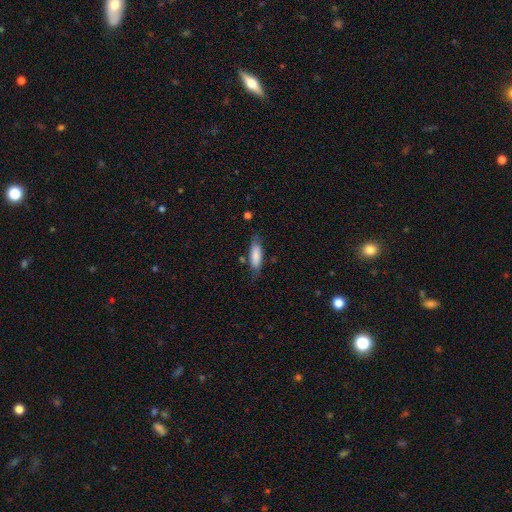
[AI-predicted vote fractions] smooth 80%, featured or disk 13%, star or artifact 6%. Down the decision tree: how rounded — in between (61%); merging — none (68%).